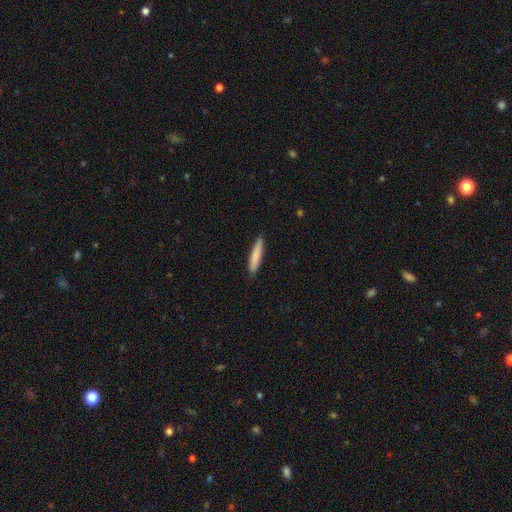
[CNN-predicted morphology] The model was most divided on "smooth or featured": smooth: 81%, featured or disk: 14%, star or artifact: 6%. More confident: how rounded — cigar-shaped (89%); merging — none (89%).